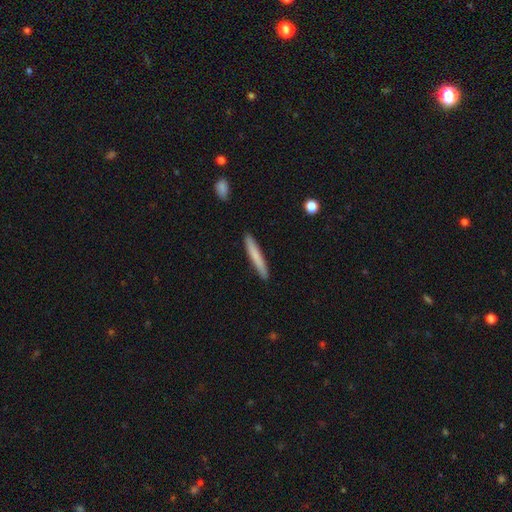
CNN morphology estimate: A smooth galaxy with no disk features (75%) that is cigar-shaped (95%).

Vote fractions:
- Smooth or featured? smooth: 75% / featured or disk: 19% / star or artifact: 6%
- How rounded? cigar-shaped: 95% / in between: 3% / round: 1%
- Merging? none: 90% / minor disturbance: 7% / major disturbance: 1% / merger: 1%